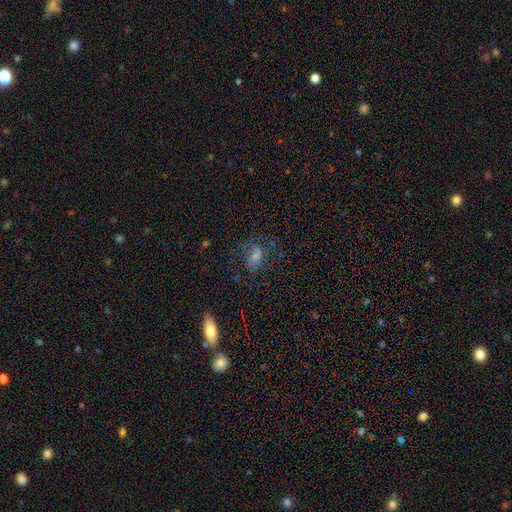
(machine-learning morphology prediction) A featured or disk galaxy (45%). Merging: none (63%).